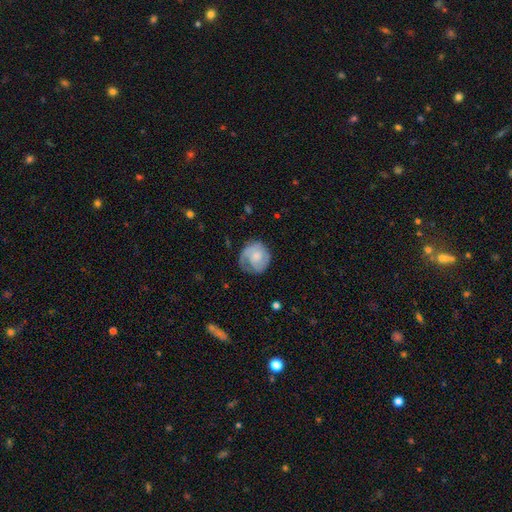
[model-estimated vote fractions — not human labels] Smooth or featured?
  - featured or disk: 57% *
  - smooth: 36%
  - star or artifact: 6%
Edge-on disk?
  - no: 98% *
  - yes: 2%
Bar?
  - no: 71% *
  - weak: 25%
  - strong: 4%
Spiral arms?
  - yes: 86% *
  - no: 14%
Bulge size?
  - small: 42% *
  - moderate: 34%
  - none: 16%
  - large: 7%
  - dominant: 2%
Merging?
  - none: 59% *
  - minor disturbance: 24%
  - major disturbance: 15%
  - merger: 1%